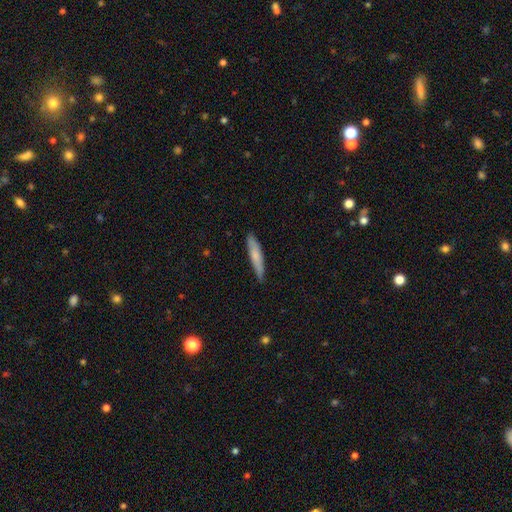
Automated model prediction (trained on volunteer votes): A smooth galaxy with no disk features (70%) that is cigar-shaped (91%). Merging: none (84%).